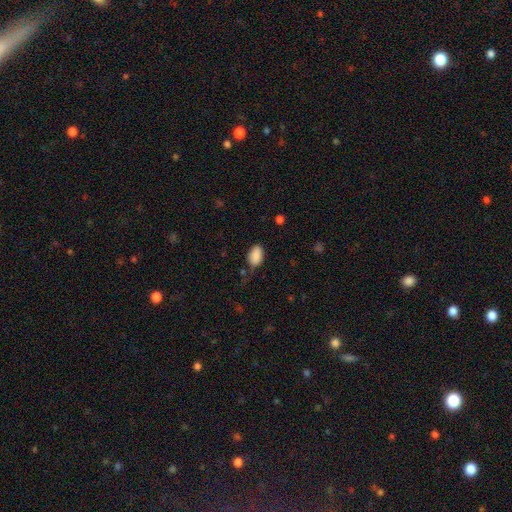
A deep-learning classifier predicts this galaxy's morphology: The model was most divided on "merging": none: 71%, minor disturbance: 21%, major disturbance: 5%, merger: 2%. More confident: how rounded — in between (93%); smooth or featured — smooth (89%).